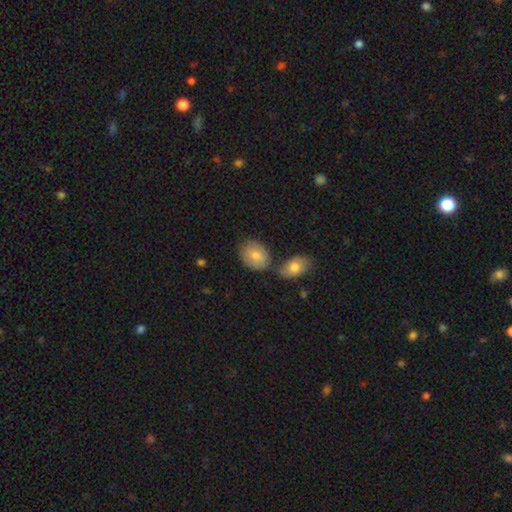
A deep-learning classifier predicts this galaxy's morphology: smooth_or_featured: smooth (p=0.81) [alt: featured or disk p=0.12]
how_rounded: in between (p=0.62) [alt: round p=0.37]
merging: none (p=0.56) [alt: merger p=0.26]